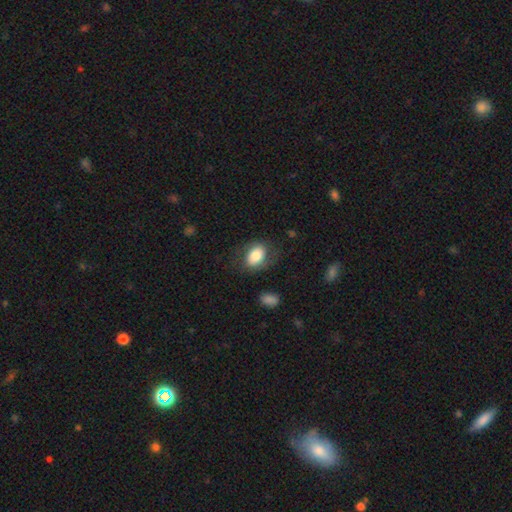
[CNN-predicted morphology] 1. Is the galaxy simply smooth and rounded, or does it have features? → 76% smooth, 17% featured or disk, 7% star or artifact.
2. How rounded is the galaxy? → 81% in between, 17% round, 1% cigar-shaped.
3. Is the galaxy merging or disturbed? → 68% none, 19% minor disturbance, 11% major disturbance, 2% merger.